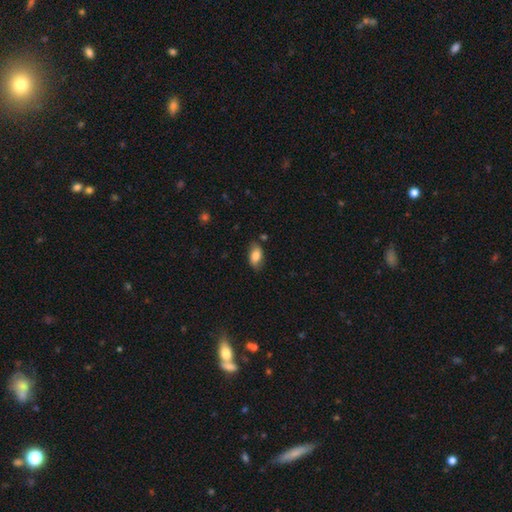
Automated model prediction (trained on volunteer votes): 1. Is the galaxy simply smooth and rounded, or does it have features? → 78% smooth, 15% featured or disk, 7% star or artifact.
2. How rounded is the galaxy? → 91% in between, 5% round, 3% cigar-shaped.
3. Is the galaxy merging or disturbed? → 77% none, 17% minor disturbance, 4% major disturbance, 2% merger.